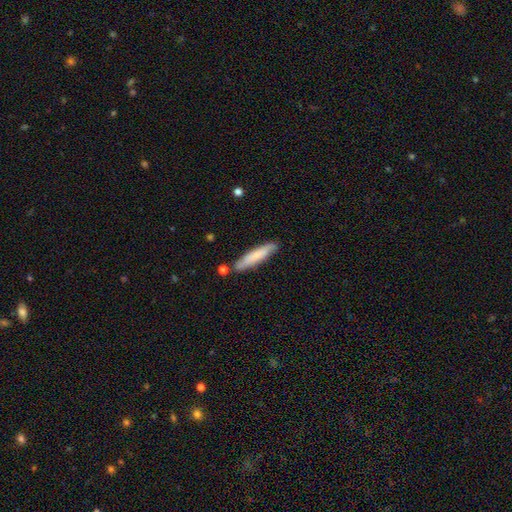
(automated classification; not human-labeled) Smooth or featured? Predicted: smooth (p=0.68). How rounded? Predicted: cigar-shaped (p=0.88). Merging? Predicted: none (p=0.78).